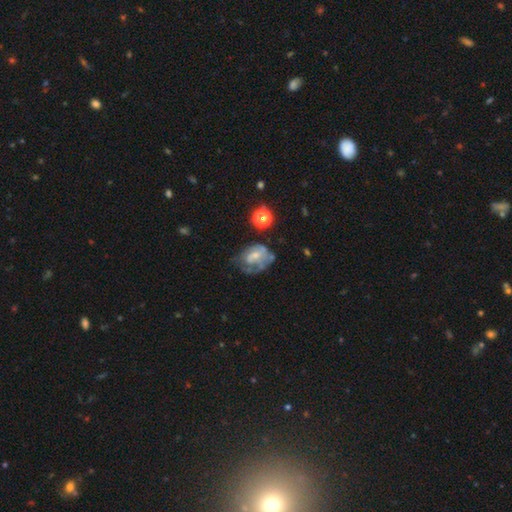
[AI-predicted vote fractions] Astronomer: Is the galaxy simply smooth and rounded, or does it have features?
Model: featured or disk — 54% (runner-up: smooth, 34%).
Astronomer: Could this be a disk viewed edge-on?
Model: no — 97%.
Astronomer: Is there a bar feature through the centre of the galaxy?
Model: no — 67%.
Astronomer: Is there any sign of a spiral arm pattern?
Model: no — 58% (runner-up: yes, 42%).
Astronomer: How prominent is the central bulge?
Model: small — 43% (runner-up: moderate, 31%).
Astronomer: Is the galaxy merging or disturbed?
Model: none — 34% (runner-up: major disturbance, 32%).